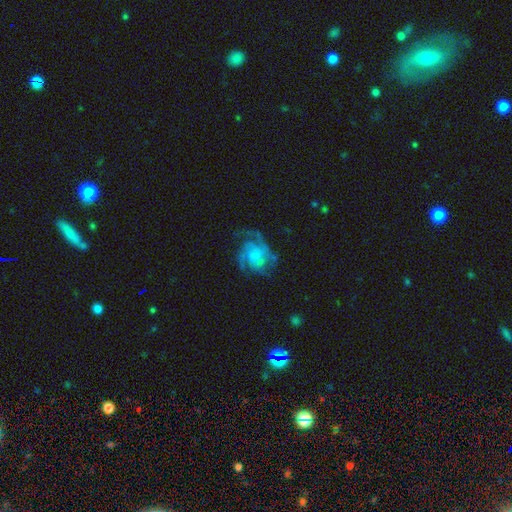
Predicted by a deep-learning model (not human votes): This appears to be a featured or disk galaxy (80%) with no bar (69%), 3 (34%) medium (48%) spiral arms (93%) and no central bulge (32%). Merging: none (57%).